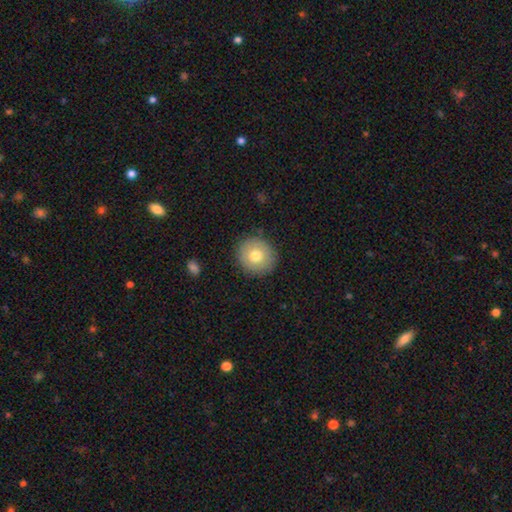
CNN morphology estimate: smooth_or_featured: smooth (p=0.74) [alt: featured or disk p=0.17]
how_rounded: round (p=0.89) [alt: in between p=0.10]
merging: none (p=0.88) [alt: minor disturbance p=0.08]